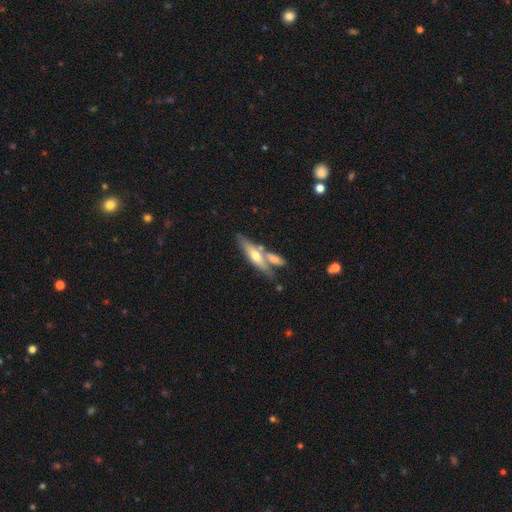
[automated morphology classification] featured or disk 55%, smooth 39%, star or artifact 6%. Down the decision tree: edge-on disk — yes (85%); merging — none (53%).